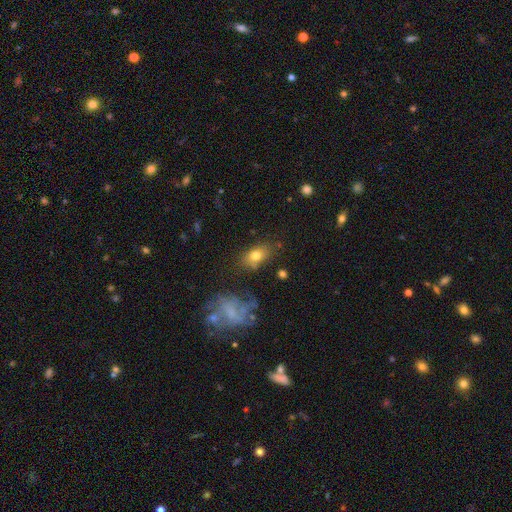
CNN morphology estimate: This appears to be a smooth galaxy with no disk features (75%) that is in between round and cigar-shaped (83%). Merging: none (72%).